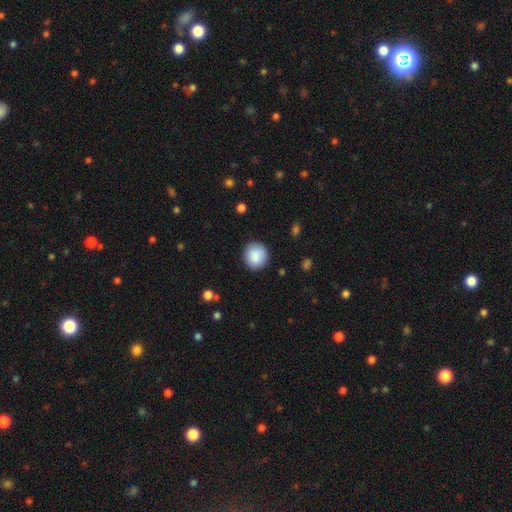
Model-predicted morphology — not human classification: Overall: smooth (88%). How rounded: round (90%). Merging: none (89%).